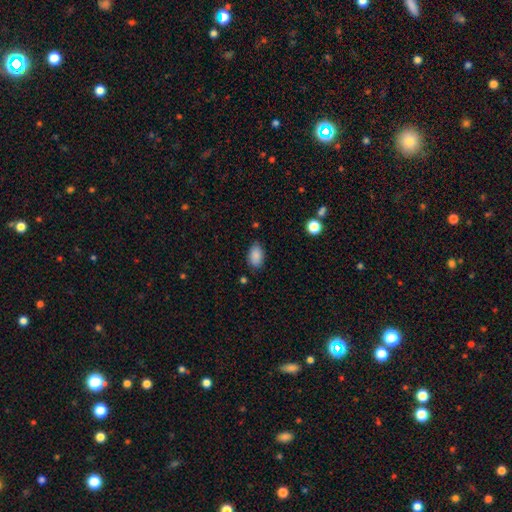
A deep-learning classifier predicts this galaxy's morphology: Smooth or featured?
  - smooth: 88% *
  - star or artifact: 8%
  - featured or disk: 5%
How rounded?
  - in between: 90% *
  - round: 8%
  - cigar-shaped: 1%
Merging?
  - none: 80% *
  - minor disturbance: 15%
  - major disturbance: 3%
  - merger: 2%